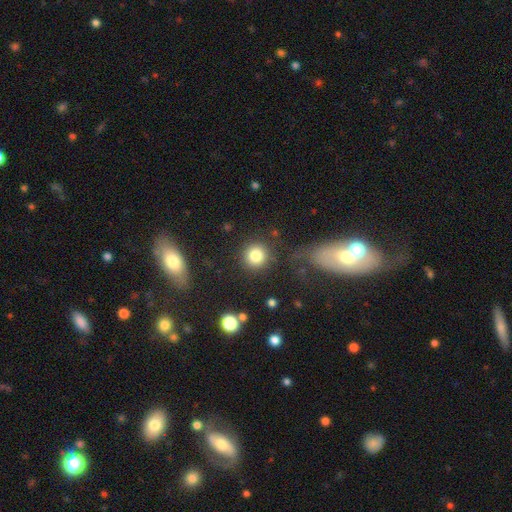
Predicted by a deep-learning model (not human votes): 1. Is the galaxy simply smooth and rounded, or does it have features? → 83% smooth, 10% star or artifact, 7% featured or disk.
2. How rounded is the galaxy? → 92% round, 7% in between, 1% cigar-shaped.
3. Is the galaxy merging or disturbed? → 84% none, 8% minor disturbance, 4% major disturbance, 4% merger.